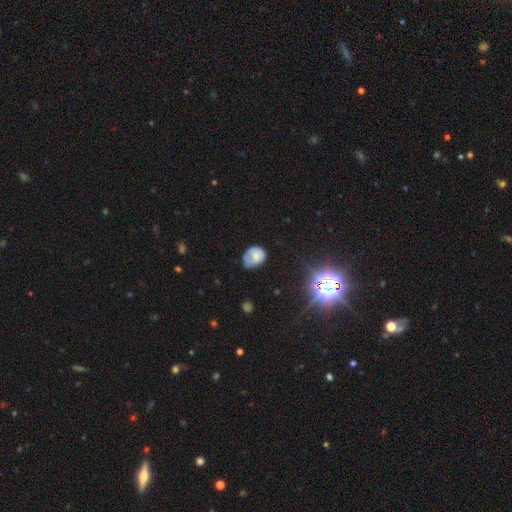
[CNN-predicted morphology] The model was most divided on "merging" (2-way tie): none: 41%, minor disturbance: 41%, major disturbance: 15%, merger: 3%. More confident: smooth or featured — smooth (67%); how rounded — in between (57%).